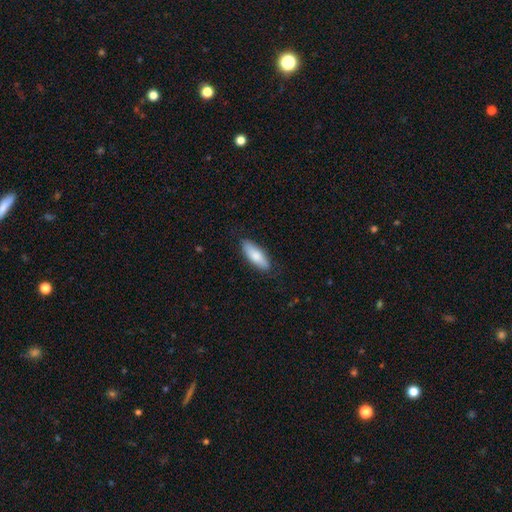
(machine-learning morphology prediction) Smooth or featured: smooth — 80% (featured or disk — 14%)
How rounded: in between — 65% (cigar-shaped — 33%)
Merging: none — 84% (minor disturbance — 13%)